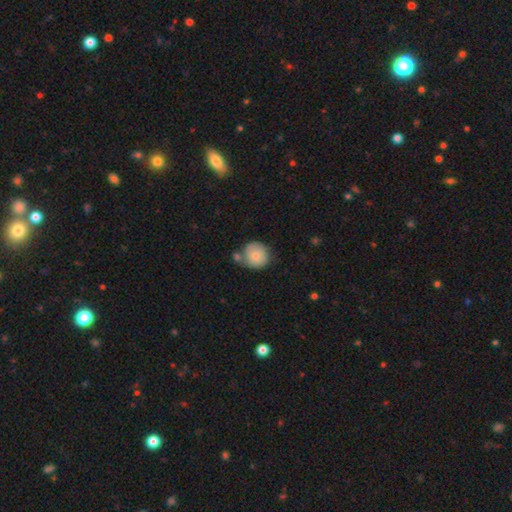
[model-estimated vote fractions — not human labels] A smooth galaxy with no disk features (75%) that is round (88%).

Vote fractions:
- Smooth or featured? smooth: 75% / featured or disk: 18% / star or artifact: 7%
- How rounded? round: 88% / in between: 11% / cigar-shaped: 1%
- Merging? none: 54% / merger: 21% / minor disturbance: 19% / major disturbance: 6%